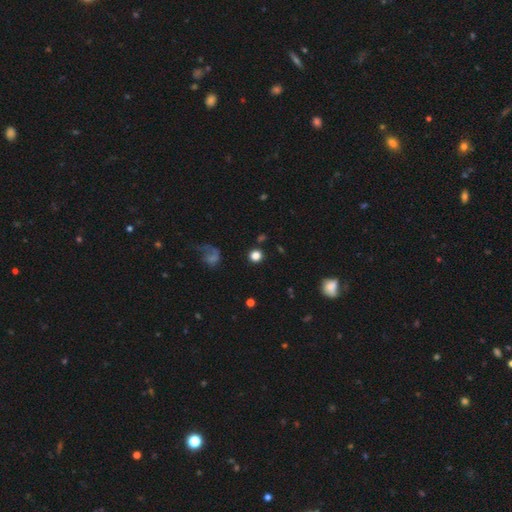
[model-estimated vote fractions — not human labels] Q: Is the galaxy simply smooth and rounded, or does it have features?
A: smooth — 77%.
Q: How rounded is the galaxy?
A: round — 92%.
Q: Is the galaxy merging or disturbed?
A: none — 88%.